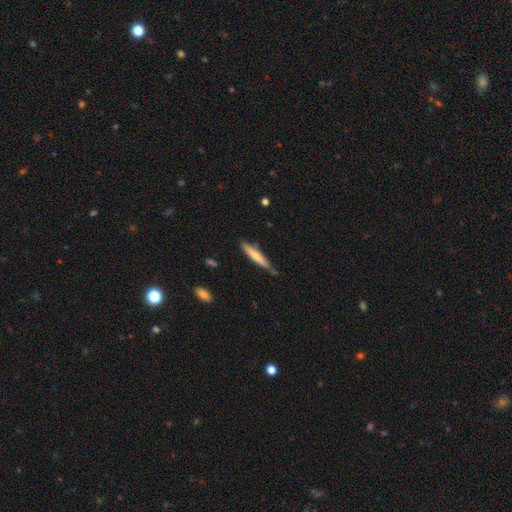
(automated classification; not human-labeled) smooth 63%, featured or disk 31%, star or artifact 6%. Down the decision tree: how rounded — cigar-shaped (92%); merging — none (78%).